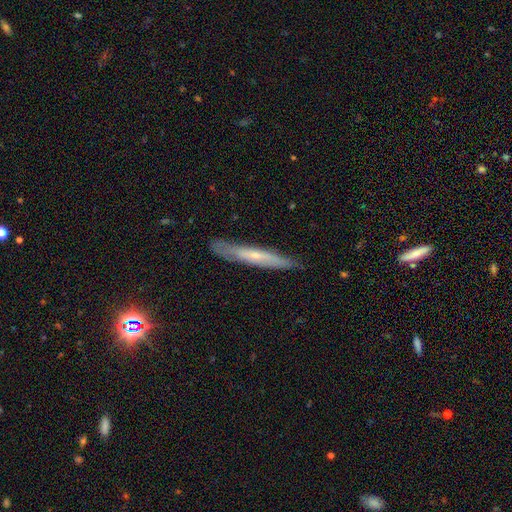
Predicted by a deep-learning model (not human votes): Smooth or featured? Predicted: featured or disk (p=0.55). Edge-on disk? Predicted: yes (p=0.81). Merging? Predicted: none (p=0.83).